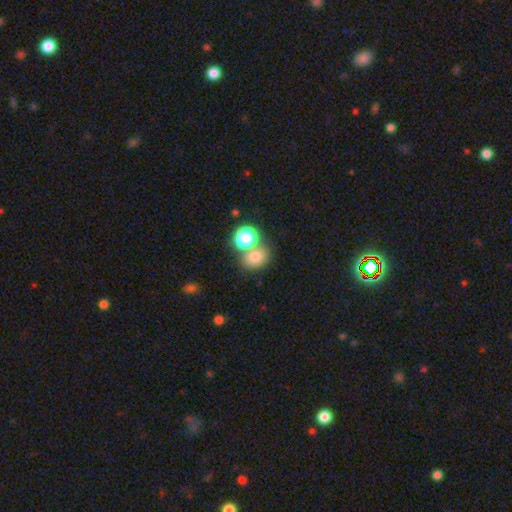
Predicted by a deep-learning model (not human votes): Smooth or featured: smooth — 73% (star or artifact — 16%)
How rounded: round — 58% (in between — 41%)
Merging: none — 54% (merger — 32%)